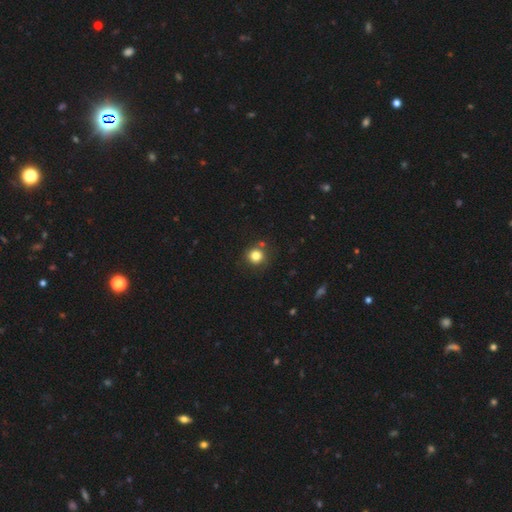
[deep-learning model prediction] This appears to be a smooth galaxy with no disk features (82%) that is round (92%). Merging: none (80%).